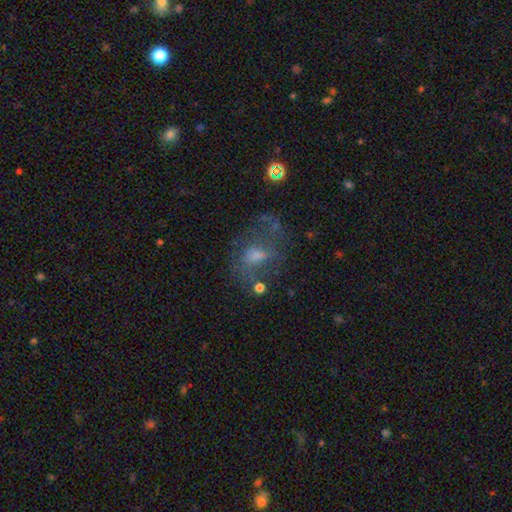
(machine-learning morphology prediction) Smooth or featured: featured or disk — 51% (smooth — 34%)
Edge-on disk: no — 96% (yes — 4%)
Merging: none — 49% (major disturbance — 26%)